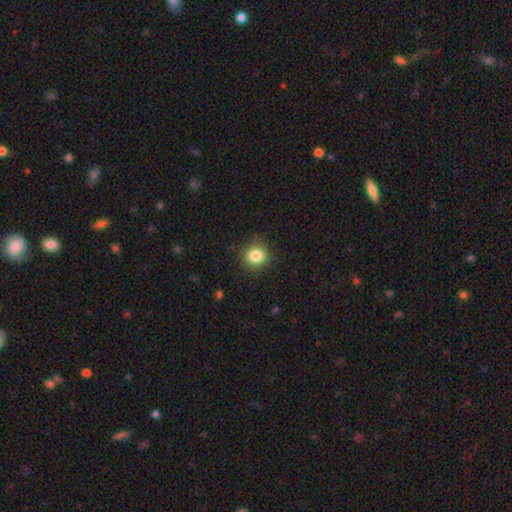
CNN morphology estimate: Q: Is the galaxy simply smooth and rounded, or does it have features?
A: smooth — 84%.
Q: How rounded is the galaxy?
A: round — 90%.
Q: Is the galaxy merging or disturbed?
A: none — 86%.